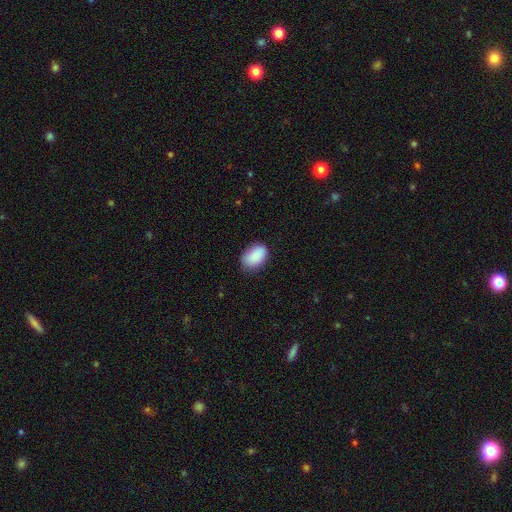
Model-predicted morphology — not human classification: This appears to be a smooth galaxy with no disk features (89%) that is in between round and cigar-shaped (89%). Merging: none (77%).